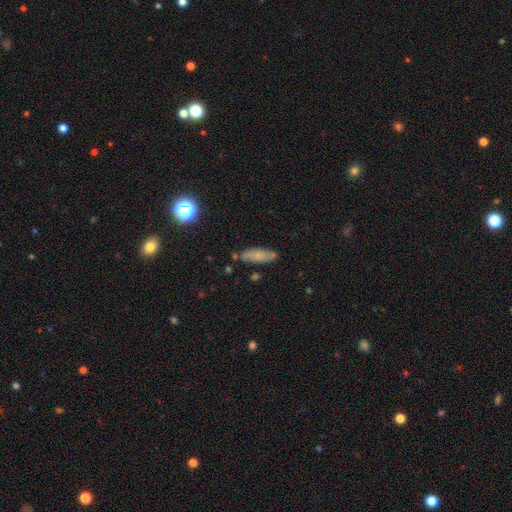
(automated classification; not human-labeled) smooth-or-featured: smooth: 76% | featured or disk: 16% | star or artifact: 9%
  how-rounded: in between: 57% | cigar-shaped: 41% | round: 2%
  merging: none: 75% | minor disturbance: 16% | merger: 6% | major disturbance: 3%